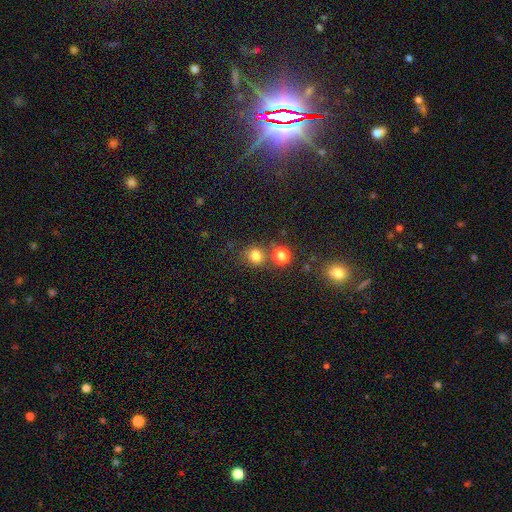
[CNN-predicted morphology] The model was most divided on "merging": none: 64%, merger: 20%, minor disturbance: 11%, major disturbance: 5%. More confident: how rounded — round (82%); smooth or featured — smooth (78%).